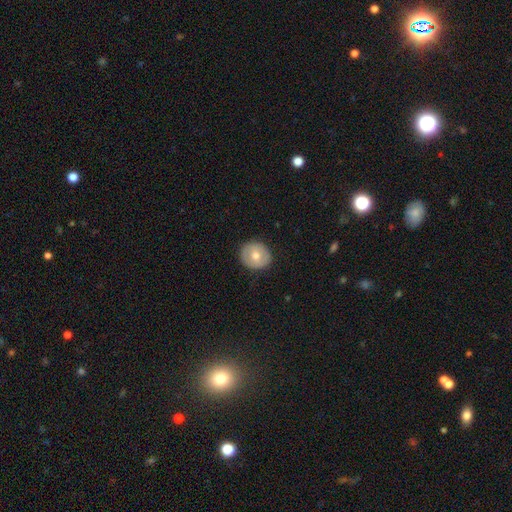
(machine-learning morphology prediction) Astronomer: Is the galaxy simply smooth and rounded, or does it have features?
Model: smooth — 61%.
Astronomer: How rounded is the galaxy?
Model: round — 81%.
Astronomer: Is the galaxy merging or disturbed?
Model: none — 89%.